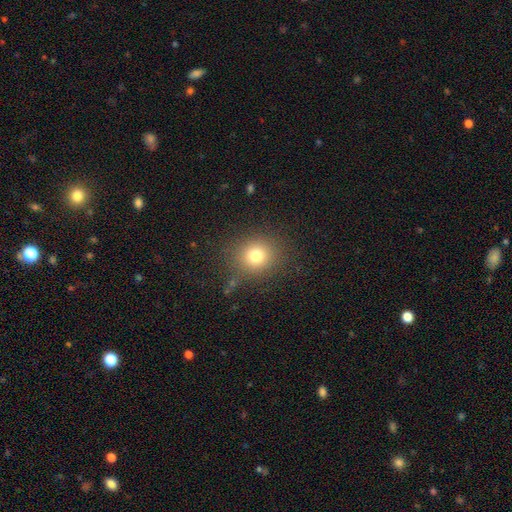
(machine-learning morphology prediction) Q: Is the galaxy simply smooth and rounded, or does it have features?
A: smooth — 75%.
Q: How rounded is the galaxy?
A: round — 84%.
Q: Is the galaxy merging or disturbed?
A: none — 84%.